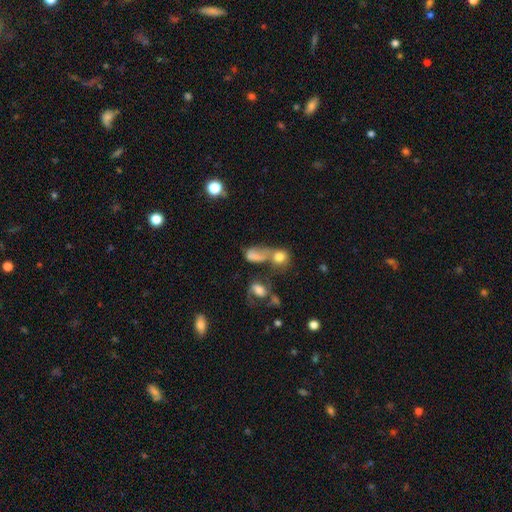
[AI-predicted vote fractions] Smooth or featured? smooth (61%)
How rounded? in between (66%)
Merging? merger (52%)